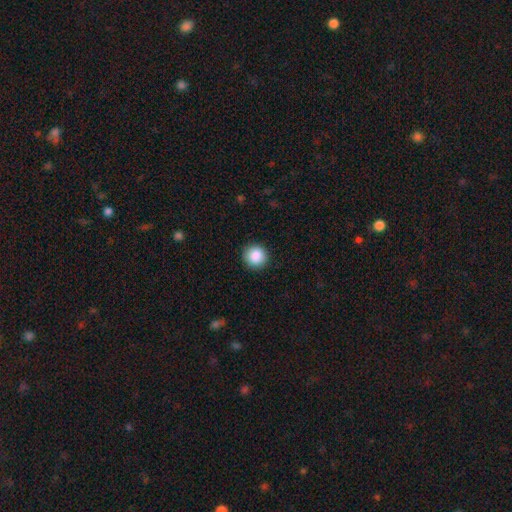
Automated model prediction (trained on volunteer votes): smooth-or-featured: smooth: 88% | star or artifact: 9% | featured or disk: 4%
  how-rounded: round: 93% | in between: 6% | cigar-shaped: 1%
  merging: none: 91% | minor disturbance: 6% | major disturbance: 2% | merger: 1%